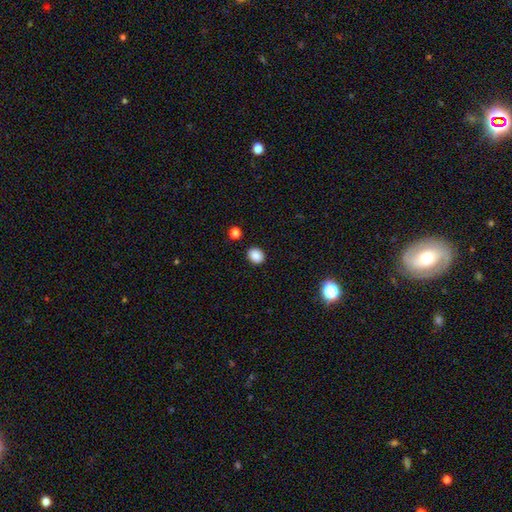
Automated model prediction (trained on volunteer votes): Smooth or featured? Predicted: smooth (p=0.87). How rounded? Predicted: round (p=0.64). Merging? Predicted: none (p=0.89).